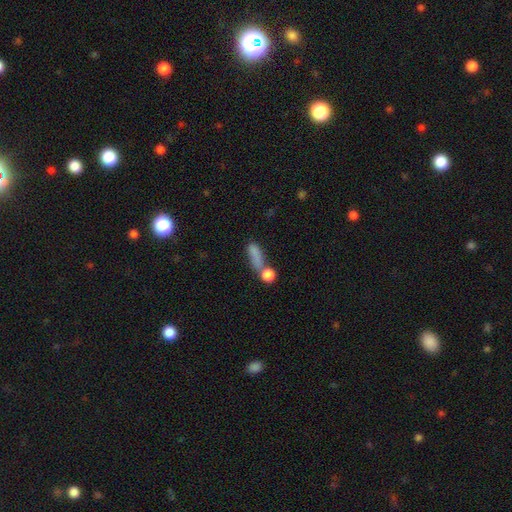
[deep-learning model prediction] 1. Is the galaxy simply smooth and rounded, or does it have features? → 76% smooth, 13% featured or disk, 12% star or artifact.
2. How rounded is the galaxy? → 46% in between, 37% cigar-shaped, 17% round.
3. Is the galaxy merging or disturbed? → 40% merger, 33% none, 14% major disturbance, 13% minor disturbance.